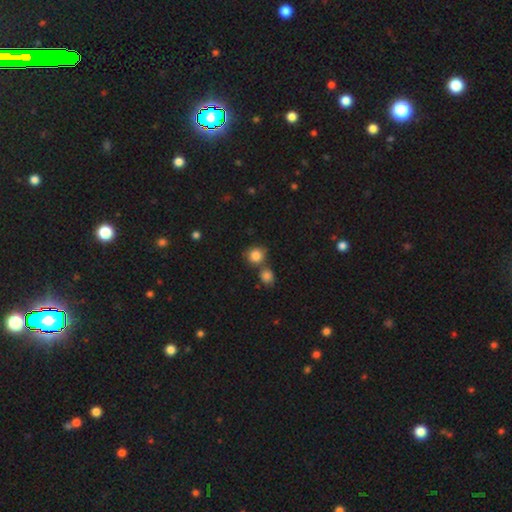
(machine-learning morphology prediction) Smooth or featured? smooth (85%)
How rounded? round (84%)
Merging? none (59%)